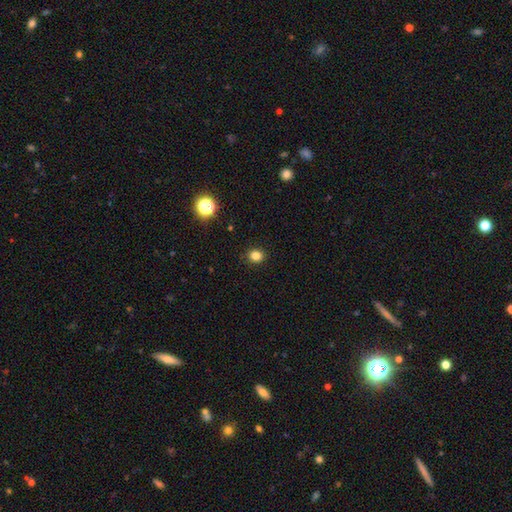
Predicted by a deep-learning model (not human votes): Smooth or featured? smooth (82%)
How rounded? round (75%)
Merging? none (90%)